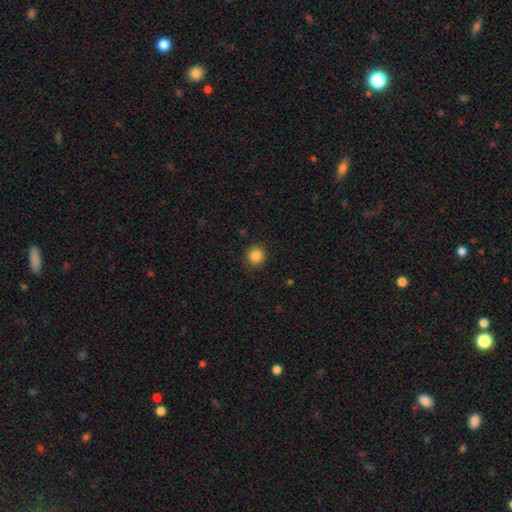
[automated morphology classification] type=smooth (86%); roundness=round (92%); merging=none (90%).